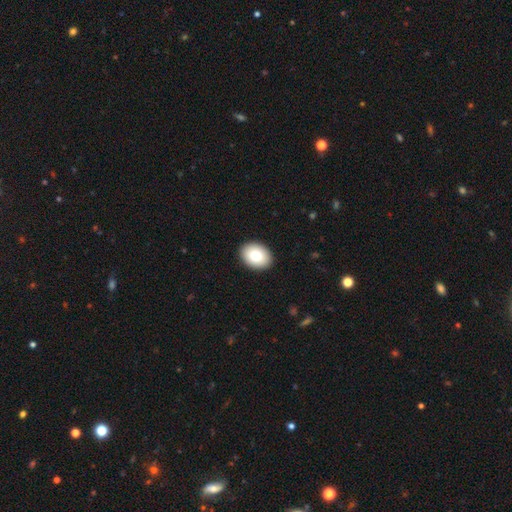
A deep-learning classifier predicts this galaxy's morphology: smooth-or-featured: smooth: 80% | featured or disk: 12% | star or artifact: 8%
  how-rounded: in between: 73% | round: 26% | cigar-shaped: 1%
  merging: none: 91% | minor disturbance: 6% | major disturbance: 2% | merger: 1%